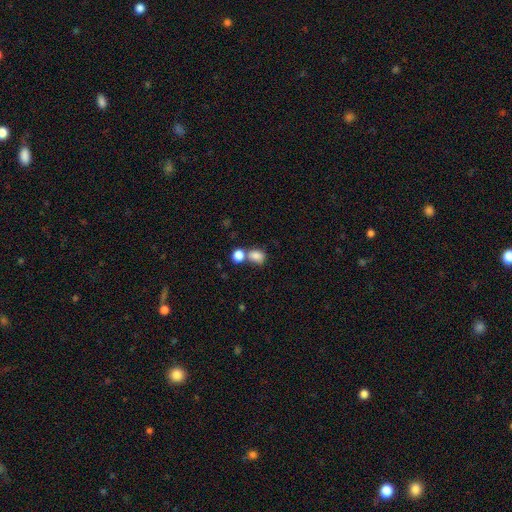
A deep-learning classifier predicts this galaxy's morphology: smooth 83%, star or artifact 10%, featured or disk 7%. Down the decision tree: how rounded — in between (58%); merging — merger (43%).